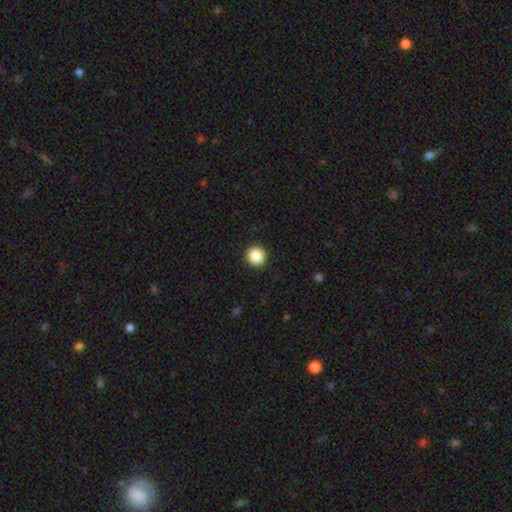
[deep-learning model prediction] A smooth galaxy with no disk features (88%) that is round (95%). Merging: none (92%).